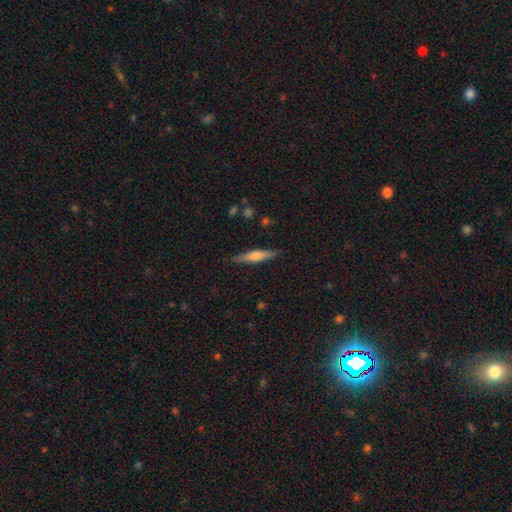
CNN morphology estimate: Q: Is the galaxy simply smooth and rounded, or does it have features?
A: smooth — 52%.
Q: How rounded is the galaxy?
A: cigar-shaped — 86%.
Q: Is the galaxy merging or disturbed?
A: none — 87%.